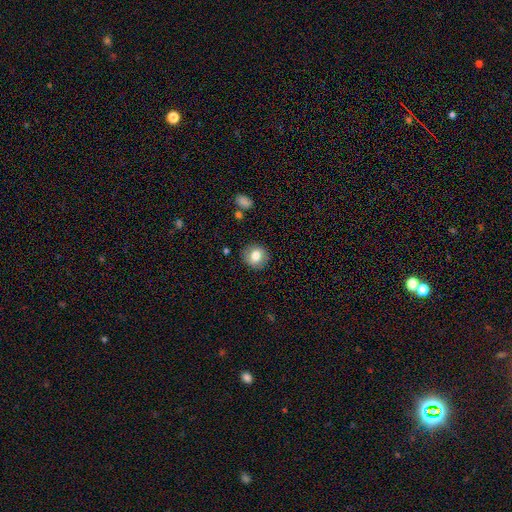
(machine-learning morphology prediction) smooth-or-featured: smooth: 79% | featured or disk: 12% | star or artifact: 9%
  how-rounded: round: 83% | in between: 16% | cigar-shaped: 1%
  merging: none: 86% | minor disturbance: 10% | major disturbance: 3% | merger: 1%